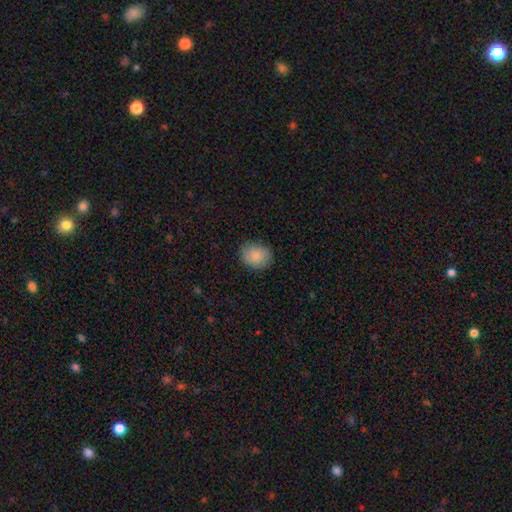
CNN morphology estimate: Smooth or featured: smooth — 84% (featured or disk — 8%)
How rounded: round — 52% (in between — 47%)
Merging: none — 84% (minor disturbance — 13%)